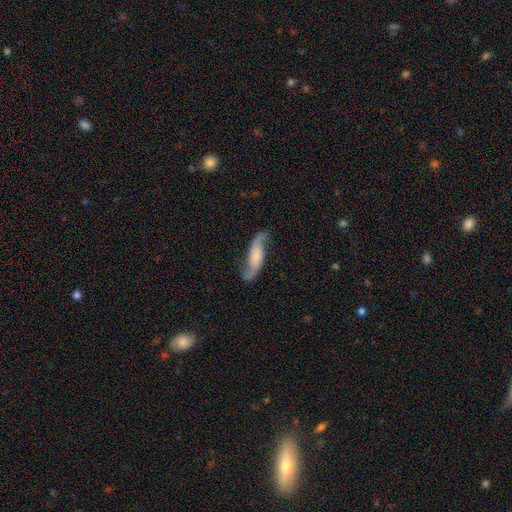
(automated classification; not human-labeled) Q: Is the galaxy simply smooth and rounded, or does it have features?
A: featured or disk — 78%.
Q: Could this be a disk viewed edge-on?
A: no — 87%.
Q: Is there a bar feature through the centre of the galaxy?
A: no — 53%.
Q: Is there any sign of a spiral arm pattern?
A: yes — 96%.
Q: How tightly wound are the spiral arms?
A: loose — 77%.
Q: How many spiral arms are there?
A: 2 — 93%.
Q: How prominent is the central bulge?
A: none — 34%.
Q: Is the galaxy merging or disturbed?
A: none — 76%.